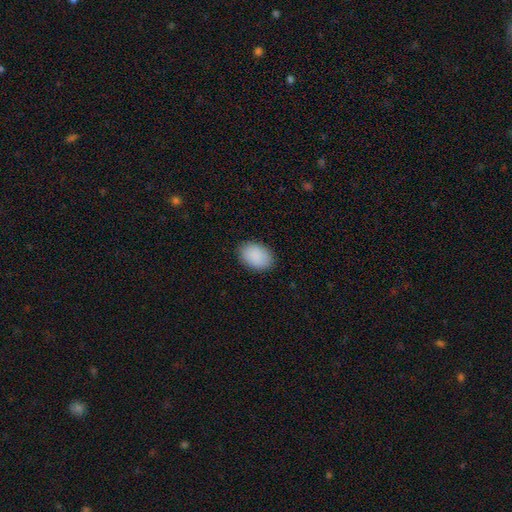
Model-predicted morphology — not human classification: The model was most divided on "how rounded": in between: 82%, round: 17%, cigar-shaped: 1%. More confident: smooth or featured — smooth (90%); merging — none (87%).